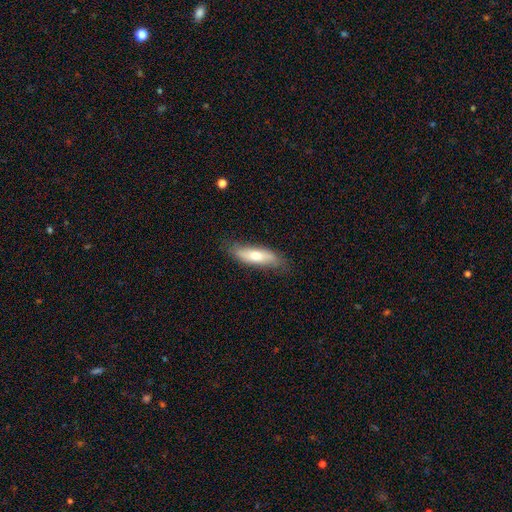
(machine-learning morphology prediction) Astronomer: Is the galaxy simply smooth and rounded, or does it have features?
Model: smooth — 61%.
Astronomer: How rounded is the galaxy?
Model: in between — 49% (runner-up: cigar-shaped, 48%).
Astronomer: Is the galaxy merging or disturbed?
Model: none — 74%.